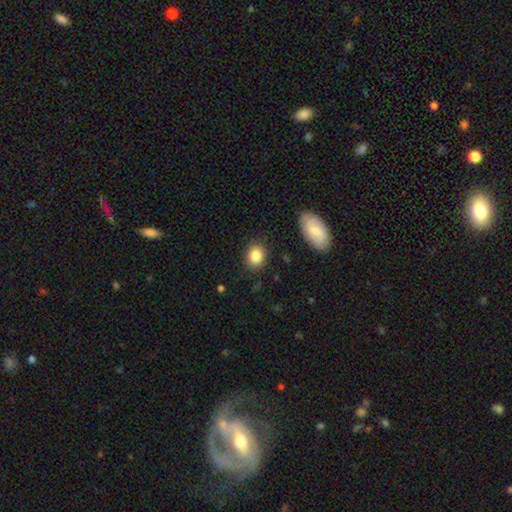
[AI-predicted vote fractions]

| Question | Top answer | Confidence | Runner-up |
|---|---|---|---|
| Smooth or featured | smooth | 85% | star or artifact (9%) |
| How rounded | round | 51% | in between (48%) |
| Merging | none | 86% | minor disturbance (9%) |